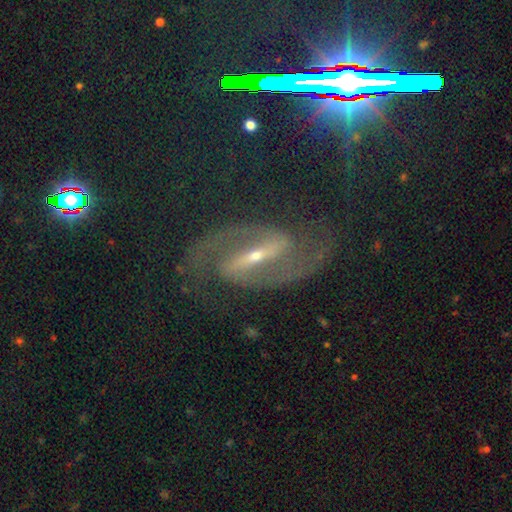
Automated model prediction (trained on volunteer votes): A featured or disk galaxy (85%) with a strong bar (68%), 2 (92%) medium (56%) spiral arms (97%) and a small central bulge (67%).

Vote fractions:
- Smooth or featured? featured or disk: 85% / star or artifact: 11% / smooth: 4%
- Edge-on disk? no: 95% / yes: 5%
- Bar? strong: 68% / weak: 24% / no: 8%
- Spiral arms? yes: 97% / no: 3%
- Spiral winding? medium: 56% / tight: 23% / loose: 21%
- Spiral arm count? 2: 92% / can't tell: 2% / 3: 2% / 1: 1% / 4: 1% / more than 4: 1%
- Bulge size? small: 67% / moderate: 29% / none: 2% / large: 2% / dominant: 1%
- Merging? none: 78% / minor disturbance: 13% / major disturbance: 8% / merger: 2%